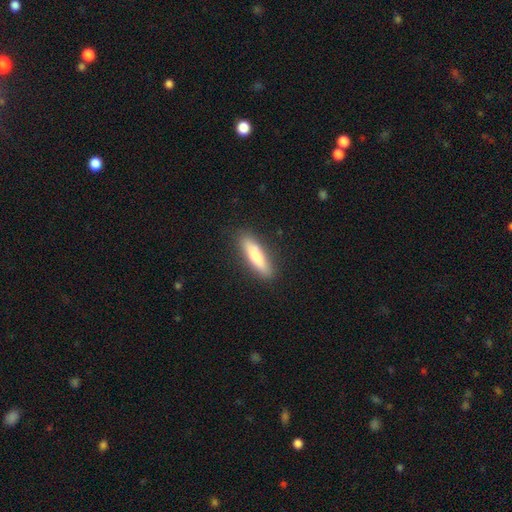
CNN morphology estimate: type=smooth (74%); roundness=cigar-shaped (76%); merging=none (87%).